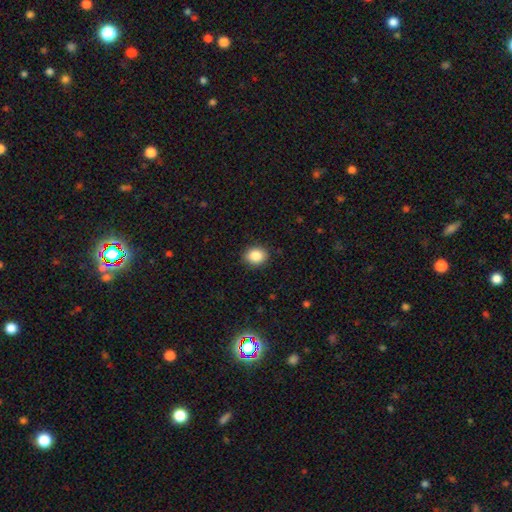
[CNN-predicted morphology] Smooth or featured?
  - smooth: 86% *
  - star or artifact: 9%
  - featured or disk: 5%
How rounded?
  - round: 57% *
  - in between: 42%
  - cigar-shaped: 1%
Merging?
  - none: 89% *
  - minor disturbance: 8%
  - major disturbance: 2%
  - merger: 1%